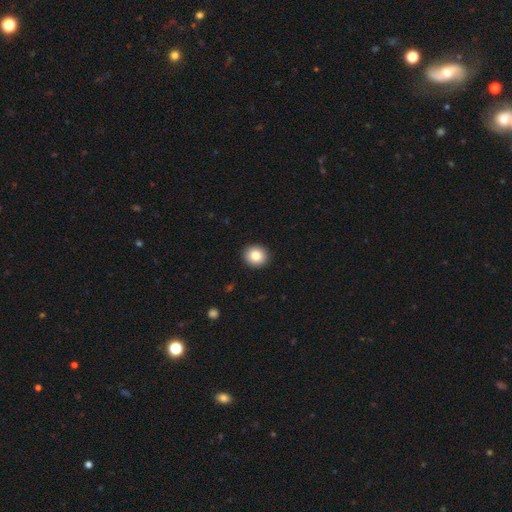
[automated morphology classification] This appears to be a smooth galaxy with no disk features (85%) that is round (85%). Merging: none (93%).